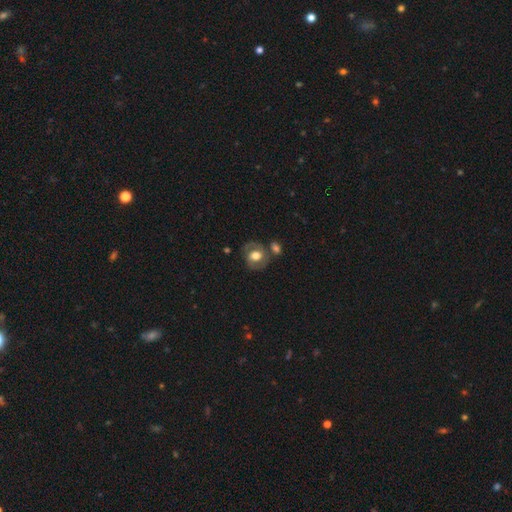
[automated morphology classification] Overall: featured or disk (52%; smooth 41%). Edge-on disk: no (96%). Merging: none (64%).